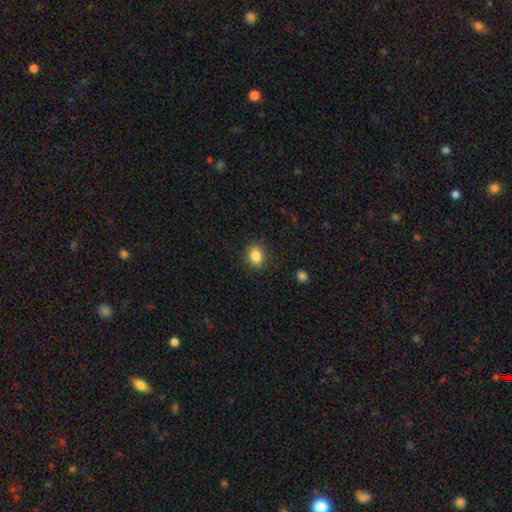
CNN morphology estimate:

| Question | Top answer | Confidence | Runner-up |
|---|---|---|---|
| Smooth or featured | smooth | 86% | star or artifact (10%) |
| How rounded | in between | 52% | round (47%) |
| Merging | none | 87% | minor disturbance (9%) |